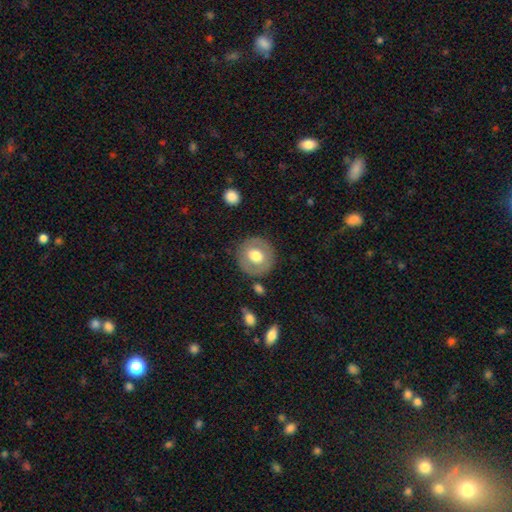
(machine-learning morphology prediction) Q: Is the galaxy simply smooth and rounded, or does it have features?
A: smooth — 60%.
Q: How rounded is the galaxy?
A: round — 90%.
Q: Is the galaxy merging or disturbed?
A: none — 84%.